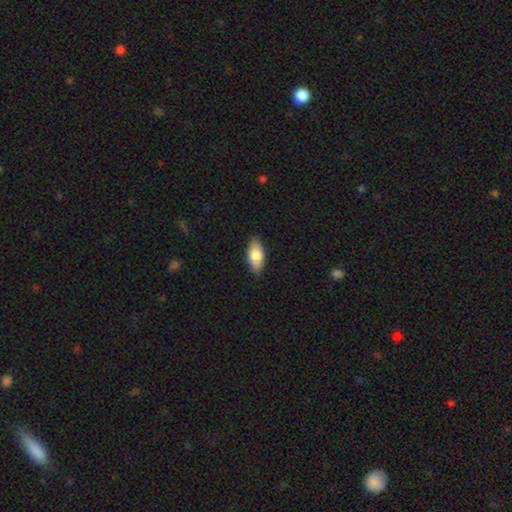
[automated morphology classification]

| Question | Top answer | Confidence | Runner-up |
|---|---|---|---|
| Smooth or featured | smooth | 82% | featured or disk (12%) |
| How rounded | in between | 88% | cigar-shaped (10%) |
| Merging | none | 88% | minor disturbance (9%) |